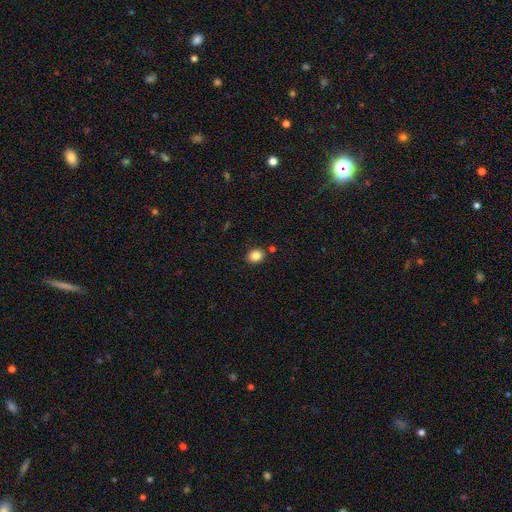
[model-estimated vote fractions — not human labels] smooth-or-featured: smooth: 85% | star or artifact: 10% | featured or disk: 5%
  how-rounded: round: 60% | in between: 39% | cigar-shaped: 1%
  merging: none: 83% | minor disturbance: 9% | merger: 6% | major disturbance: 2%